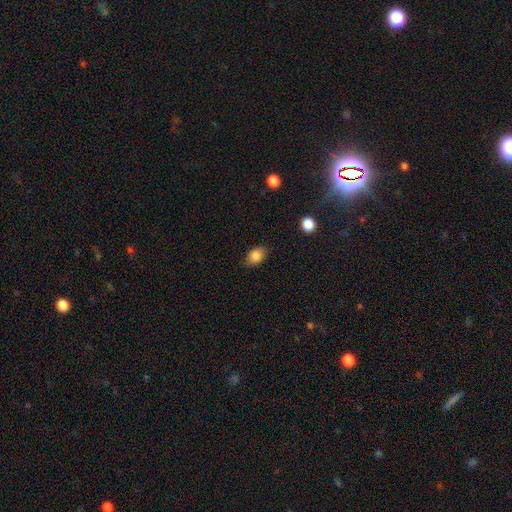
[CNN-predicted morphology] The model was most divided on "merging": none: 78%, minor disturbance: 17%, major disturbance: 4%, merger: 1%. More confident: smooth or featured — smooth (84%); how rounded — in between (82%).